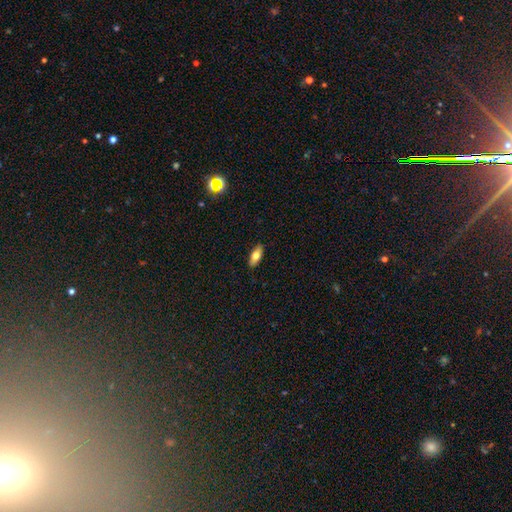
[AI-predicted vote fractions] Overall: smooth (68%). How rounded: in between (78%). Merging: none (88%).